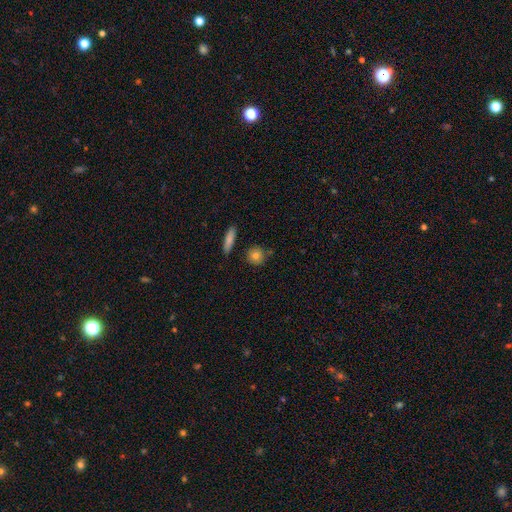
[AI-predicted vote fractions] smooth_or_featured: smooth (p=0.80) [alt: featured or disk p=0.12]
how_rounded: round (p=0.85) [alt: in between p=0.12]
merging: none (p=0.80) [alt: minor disturbance p=0.11]